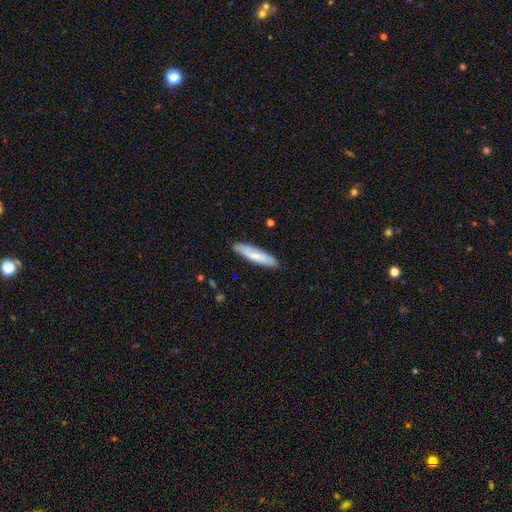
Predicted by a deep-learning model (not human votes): Smooth or featured? smooth (74%)
How rounded? cigar-shaped (78%)
Merging? none (88%)